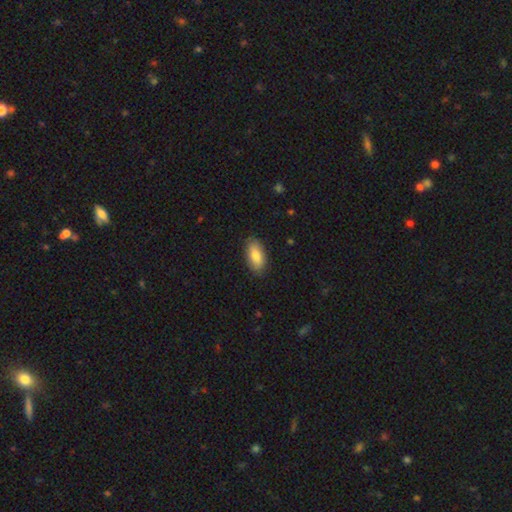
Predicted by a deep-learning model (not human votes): The model was most divided on "merging": none: 85%, minor disturbance: 12%, major disturbance: 2%, merger: 1%. More confident: how rounded — in between (92%); smooth or featured — smooth (84%).